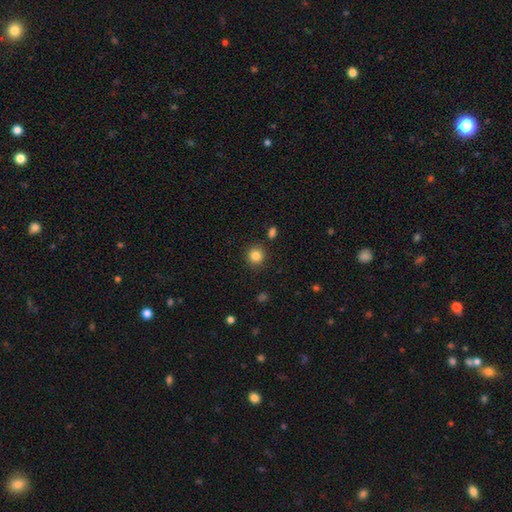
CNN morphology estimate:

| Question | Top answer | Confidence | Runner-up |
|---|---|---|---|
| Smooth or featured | smooth | 85% | star or artifact (11%) |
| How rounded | round | 92% | in between (7%) |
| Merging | none | 88% | minor disturbance (7%) |